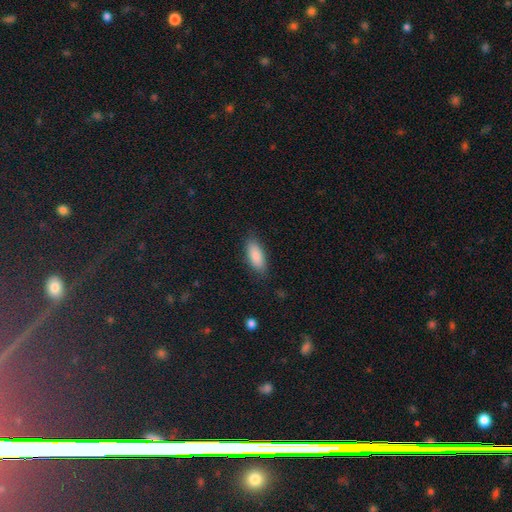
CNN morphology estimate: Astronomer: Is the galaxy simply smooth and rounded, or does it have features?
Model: smooth — 88%.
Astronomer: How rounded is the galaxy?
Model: in between — 78%.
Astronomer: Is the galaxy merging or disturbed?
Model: none — 84%.